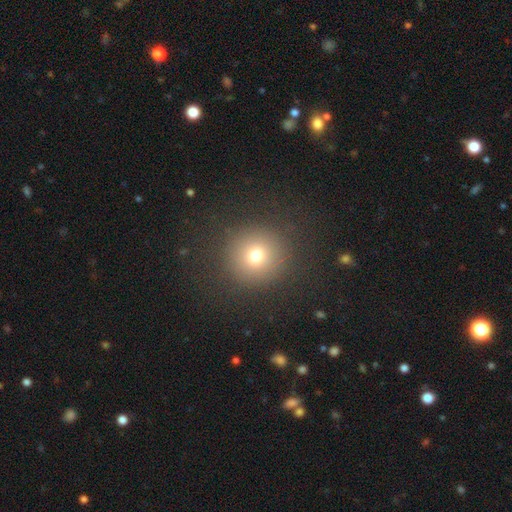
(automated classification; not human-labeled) This is likely a smooth galaxy (72%). How rounded: clearly round (94%). Merging: clearly none (89%).